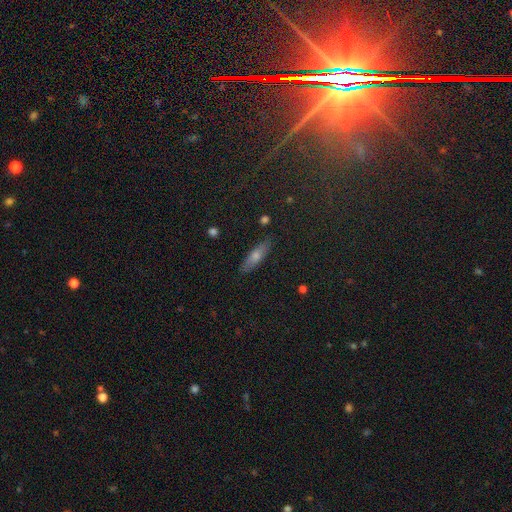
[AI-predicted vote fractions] Smooth or featured? smooth (56%)
How rounded? cigar-shaped (63%)
Merging? none (88%)